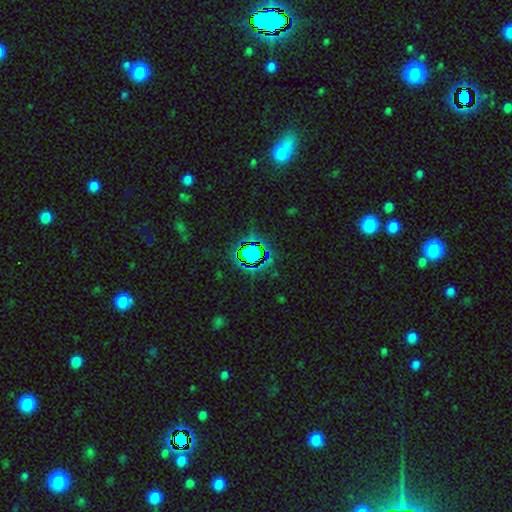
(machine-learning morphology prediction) type=star or artifact (69%).